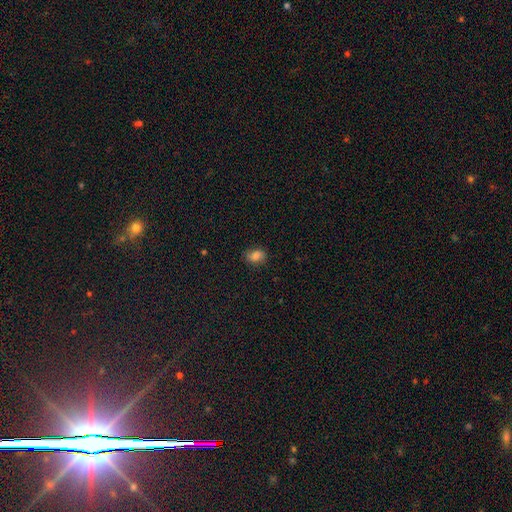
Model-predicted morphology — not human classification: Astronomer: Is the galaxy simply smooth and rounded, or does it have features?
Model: smooth — 80%.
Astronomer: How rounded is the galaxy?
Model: in between — 69%.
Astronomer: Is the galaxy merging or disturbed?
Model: none — 76%.